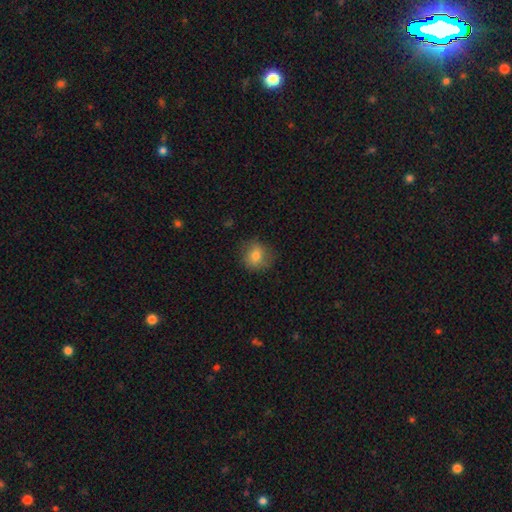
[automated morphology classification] smooth-or-featured: smooth: 76% | featured or disk: 15% | star or artifact: 9%
  how-rounded: round: 81% | in between: 18% | cigar-shaped: 1%
  merging: none: 79% | minor disturbance: 16% | major disturbance: 5% | merger: 1%